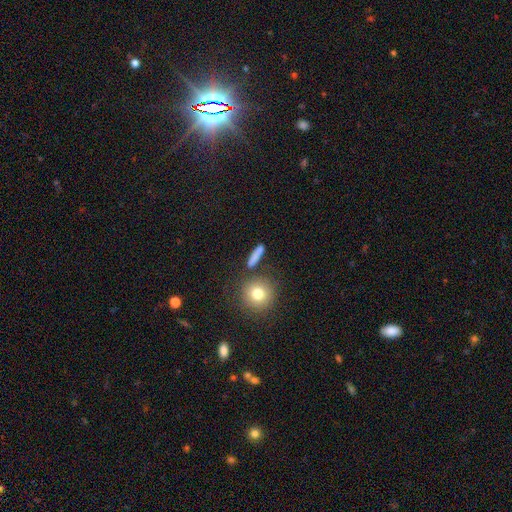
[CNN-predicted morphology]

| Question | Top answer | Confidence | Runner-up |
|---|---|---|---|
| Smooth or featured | smooth | 79% | featured or disk (11%) |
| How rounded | cigar-shaped | 65% | in between (19%) |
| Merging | none | 79% | minor disturbance (11%) |